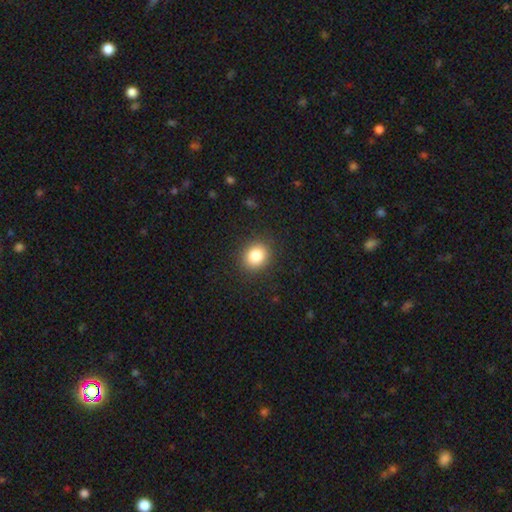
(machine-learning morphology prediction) Q: Smooth or featured?
A: smooth (84%); runner-up: star or artifact (10%)
Q: How rounded?
A: round (71%); runner-up: in between (28%)
Q: Merging?
A: none (89%); runner-up: minor disturbance (7%)